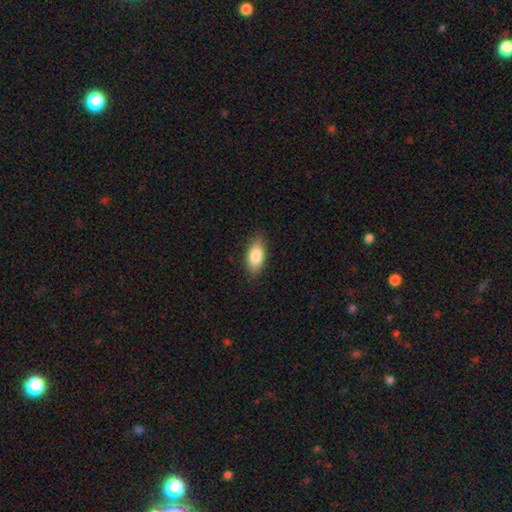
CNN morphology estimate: Q: Smooth or featured?
A: smooth (83%); runner-up: featured or disk (10%)
Q: How rounded?
A: in between (89%); runner-up: cigar-shaped (8%)
Q: Merging?
A: none (85%); runner-up: minor disturbance (12%)